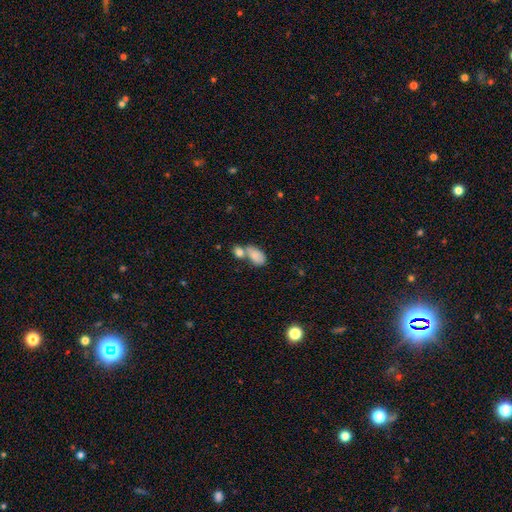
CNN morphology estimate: This appears to be a smooth galaxy with no disk features (82%) that is in between round and cigar-shaped (92%). Merging: merger (57%).